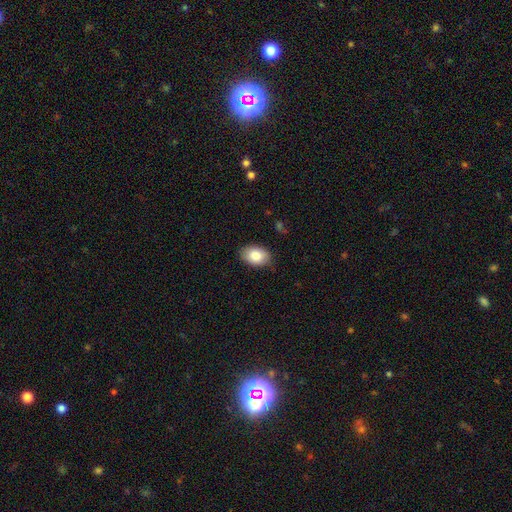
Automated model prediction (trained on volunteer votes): Smooth or featured?
  - smooth: 83% *
  - featured or disk: 10%
  - star or artifact: 7%
How rounded?
  - in between: 87% *
  - round: 12%
  - cigar-shaped: 1%
Merging?
  - none: 85% *
  - minor disturbance: 12%
  - major disturbance: 2%
  - merger: 1%